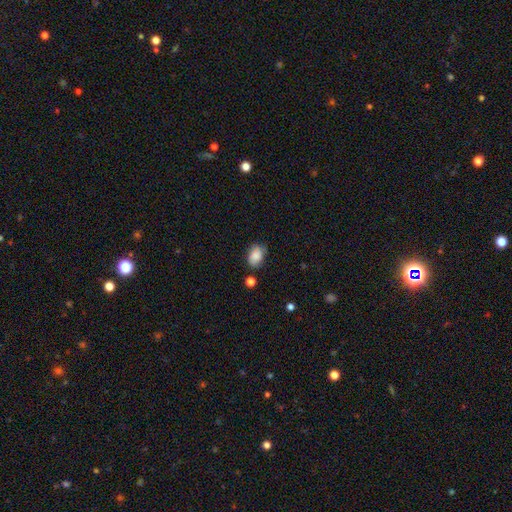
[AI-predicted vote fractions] smooth 82%, featured or disk 9%, star or artifact 9%. Down the decision tree: how rounded — in between (81%); merging — none (65%).